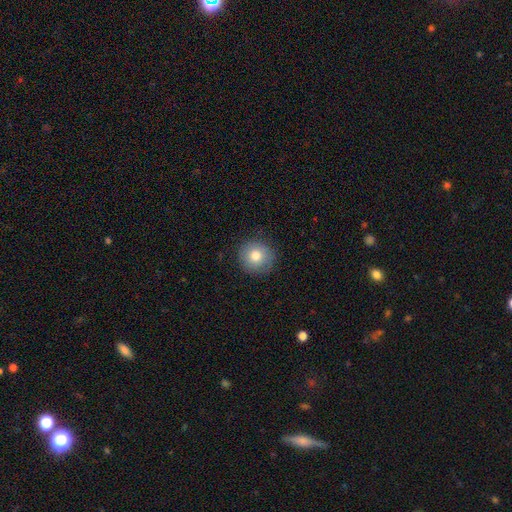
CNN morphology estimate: Smooth or featured? smooth (78%)
How rounded? round (93%)
Merging? none (87%)